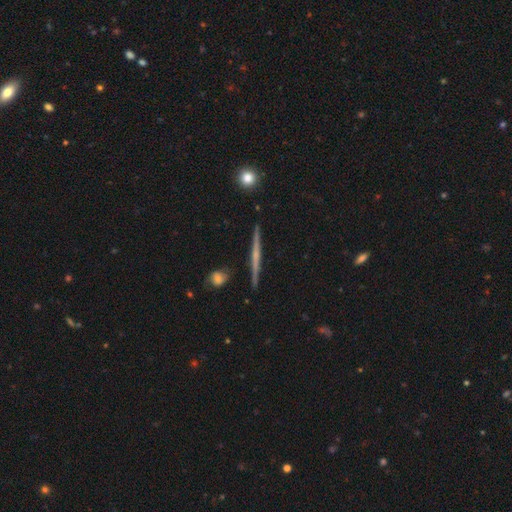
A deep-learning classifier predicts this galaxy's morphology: This is likely a featured or disk galaxy (70%). It is clearly viewed edge-on (98%). Edge-on bulge: possibly none (59%). Merging: clearly none (91%).